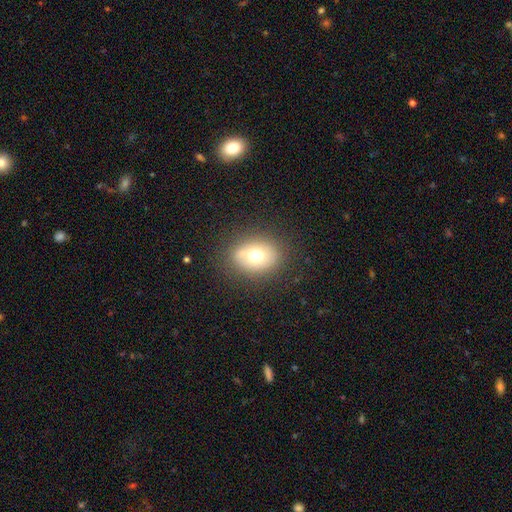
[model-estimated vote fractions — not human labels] A smooth galaxy with no disk features (65%) that is in between round and cigar-shaped (56%).

Vote fractions:
- Smooth or featured? smooth: 65% / featured or disk: 23% / star or artifact: 12%
- How rounded? in between: 56% / round: 43% / cigar-shaped: 1%
- Merging? none: 80% / minor disturbance: 13% / major disturbance: 5% / merger: 1%